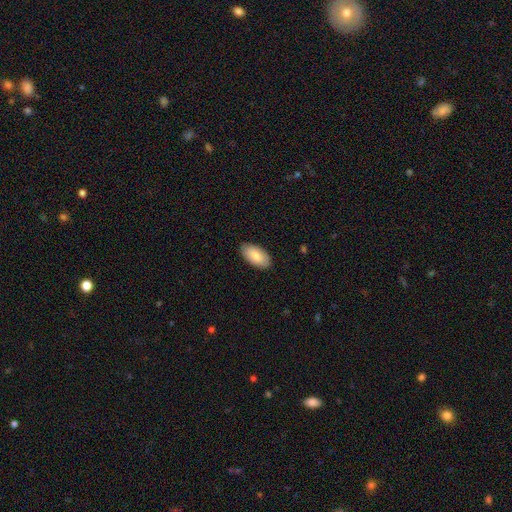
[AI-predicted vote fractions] A smooth galaxy with no disk features (82%) that is in between round and cigar-shaped (95%).

Vote fractions:
- Smooth or featured? smooth: 82% / featured or disk: 13% / star or artifact: 6%
- How rounded? in between: 95% / cigar-shaped: 2% / round: 2%
- Merging? none: 87% / minor disturbance: 10% / major disturbance: 2% / merger: 1%